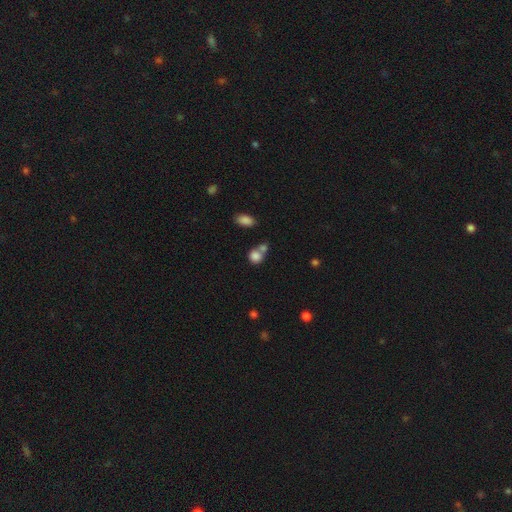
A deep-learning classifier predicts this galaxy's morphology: A smooth galaxy with no disk features (83%) that is round (73%). Merging: none (44%).